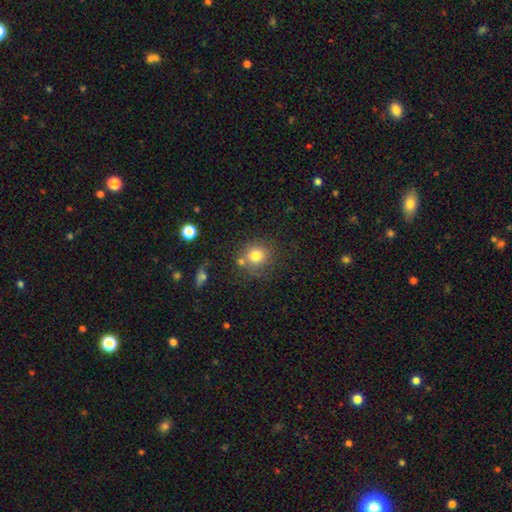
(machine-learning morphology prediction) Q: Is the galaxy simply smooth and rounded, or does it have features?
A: smooth — 78%.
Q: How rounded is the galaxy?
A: round — 85%.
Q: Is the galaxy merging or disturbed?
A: none — 68%.